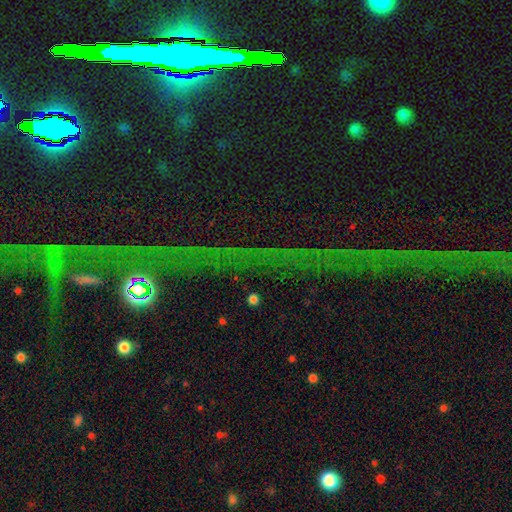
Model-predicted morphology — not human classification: Smooth or featured? Predicted: star or artifact (p=0.76).